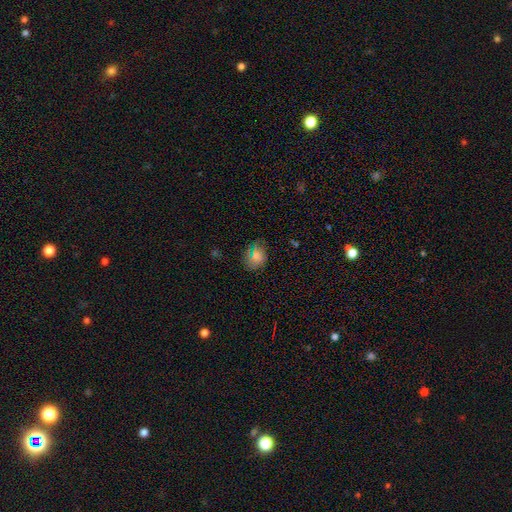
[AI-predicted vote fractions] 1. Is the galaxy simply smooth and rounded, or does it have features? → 71% smooth, 16% star or artifact, 13% featured or disk.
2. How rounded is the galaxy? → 58% round, 40% in between, 1% cigar-shaped.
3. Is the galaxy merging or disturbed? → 71% none, 21% minor disturbance, 6% major disturbance, 2% merger.